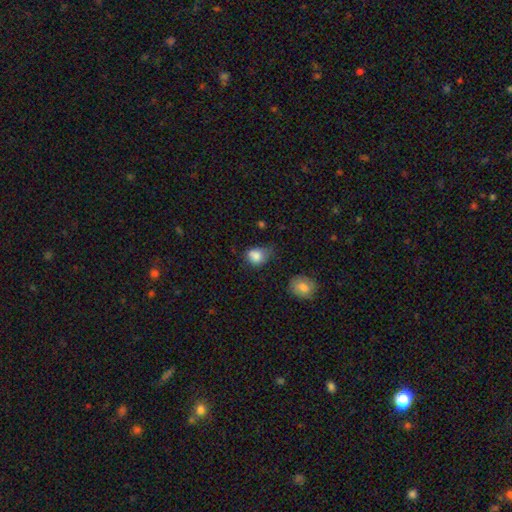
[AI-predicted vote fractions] Overall: smooth (83%). How rounded: round (50%; in between 49%). Merging: minor disturbance (42%; none 36%).